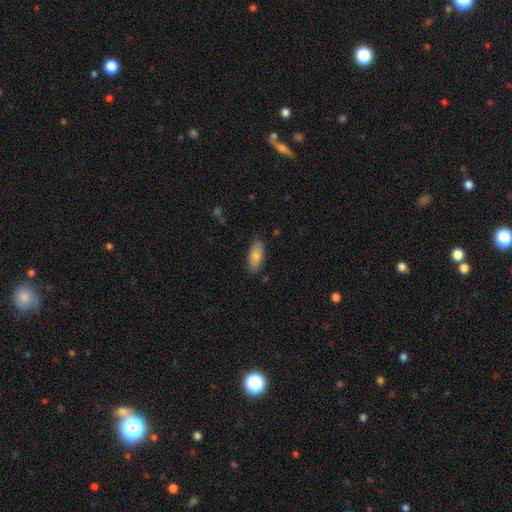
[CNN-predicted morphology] Smooth or featured?
  - smooth: 83% *
  - featured or disk: 11%
  - star or artifact: 6%
How rounded?
  - in between: 83% *
  - cigar-shaped: 15%
  - round: 2%
Merging?
  - none: 83% *
  - minor disturbance: 13%
  - major disturbance: 3%
  - merger: 1%